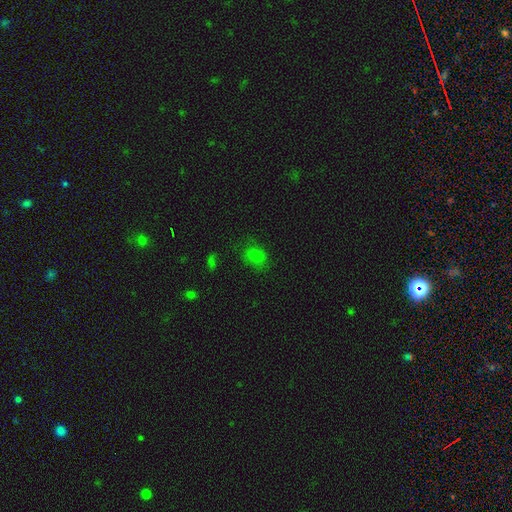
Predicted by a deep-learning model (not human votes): The model was most divided on "how rounded": in between: 68%, round: 30%, cigar-shaped: 2%. More confident: smooth or featured — smooth (76%); merging — none (66%).